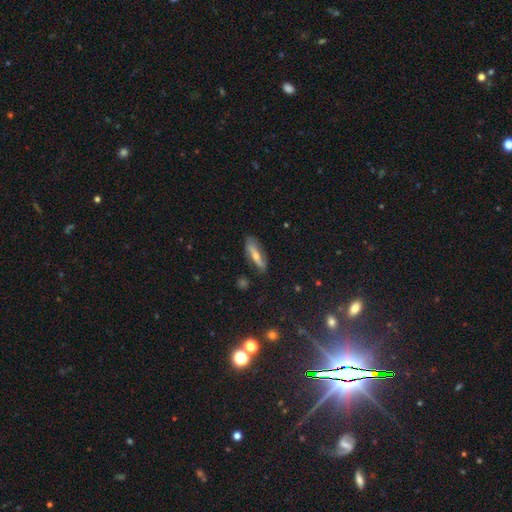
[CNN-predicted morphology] featured or disk 50%, smooth 39%, star or artifact 12%. Down the decision tree: merging — none (77%).